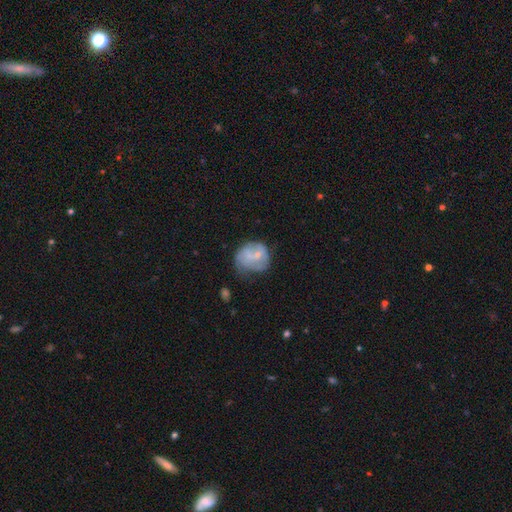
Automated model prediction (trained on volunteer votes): This is possibly a featured or disk galaxy (47%). Merging: marginally none (45%).